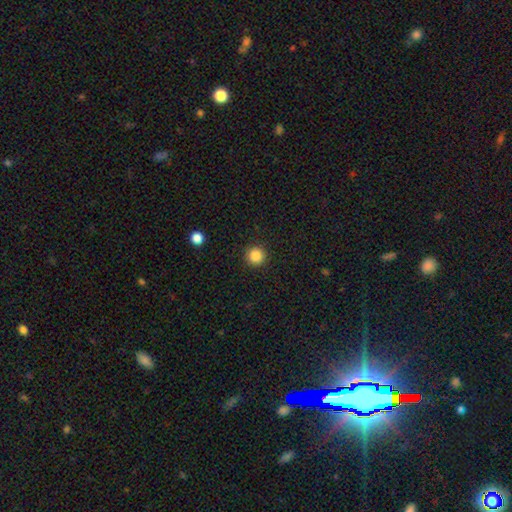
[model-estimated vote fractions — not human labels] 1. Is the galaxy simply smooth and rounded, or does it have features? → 86% smooth, 10% star or artifact, 4% featured or disk.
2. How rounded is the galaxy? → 95% round, 4% in between, 1% cigar-shaped.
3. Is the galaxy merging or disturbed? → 92% none, 5% minor disturbance, 2% major disturbance, 1% merger.